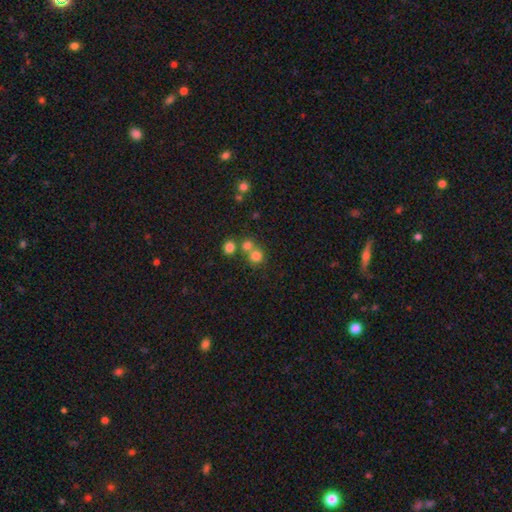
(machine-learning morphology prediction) The model was most divided on "merging": none: 56%, merger: 35%, minor disturbance: 7%, major disturbance: 3%. More confident: how rounded — round (89%); smooth or featured — smooth (76%).